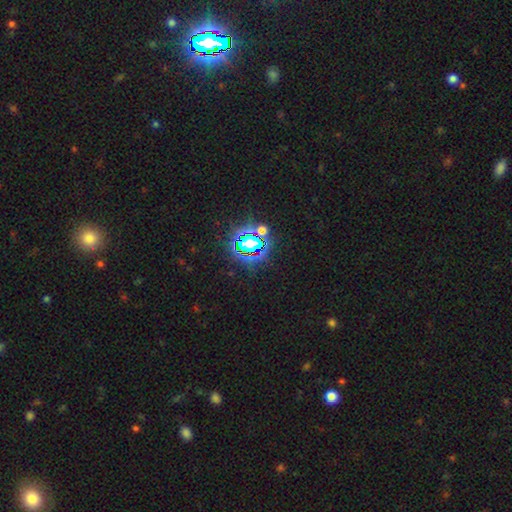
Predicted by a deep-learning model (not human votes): A star or artifact, not a galaxy (81%).